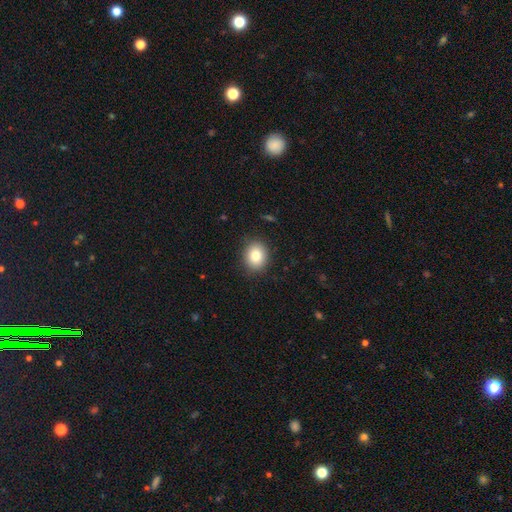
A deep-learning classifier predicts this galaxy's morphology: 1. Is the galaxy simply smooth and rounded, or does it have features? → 83% smooth, 9% star or artifact, 8% featured or disk.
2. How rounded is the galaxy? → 59% round, 40% in between, 1% cigar-shaped.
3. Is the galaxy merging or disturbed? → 88% none, 9% minor disturbance, 2% major disturbance, 1% merger.